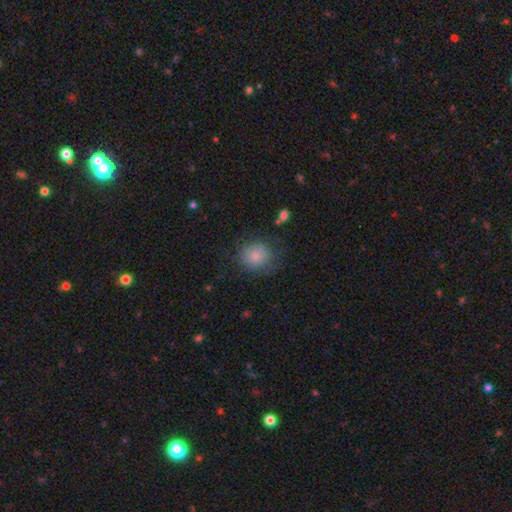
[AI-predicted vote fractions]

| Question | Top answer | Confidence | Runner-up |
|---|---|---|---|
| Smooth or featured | smooth | 80% | featured or disk (11%) |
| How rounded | round | 81% | in between (18%) |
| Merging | none | 70% | minor disturbance (19%) |